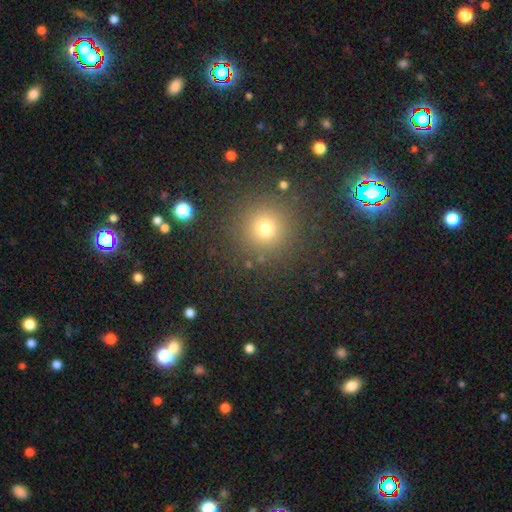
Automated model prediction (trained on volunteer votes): Q: Smooth or featured?
A: smooth (50%); runner-up: star or artifact (42%)
Q: Merging?
A: none (90%); runner-up: minor disturbance (5%)